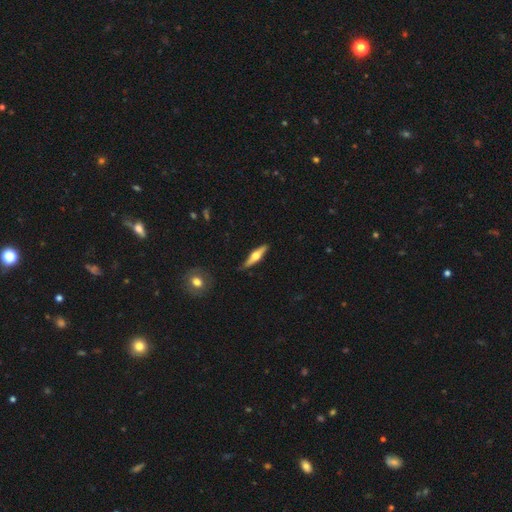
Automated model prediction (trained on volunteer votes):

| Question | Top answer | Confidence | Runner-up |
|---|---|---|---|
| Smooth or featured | featured or disk | 64% | smooth (31%) |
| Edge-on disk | yes | 96% | no (4%) |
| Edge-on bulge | rounded | 95% | boxy (3%) |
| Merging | none | 87% | minor disturbance (10%) |